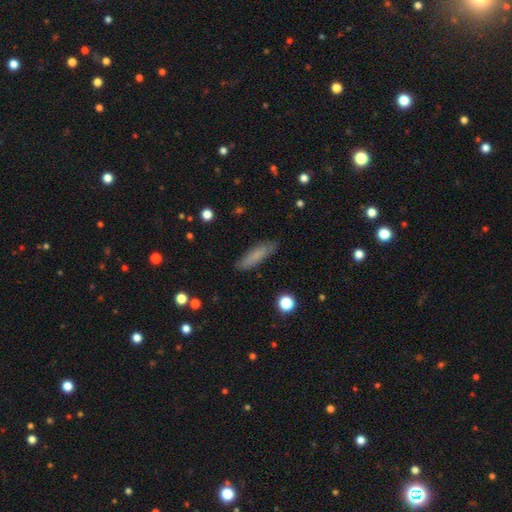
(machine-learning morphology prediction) smooth 76%, featured or disk 16%, star or artifact 7%. Down the decision tree: how rounded — cigar-shaped (72%); merging — none (86%).